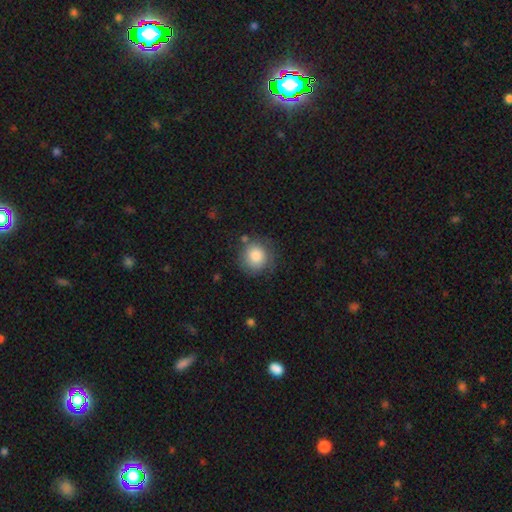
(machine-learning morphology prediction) Overall: smooth (84%). How rounded: round (91%). Merging: none (74%).